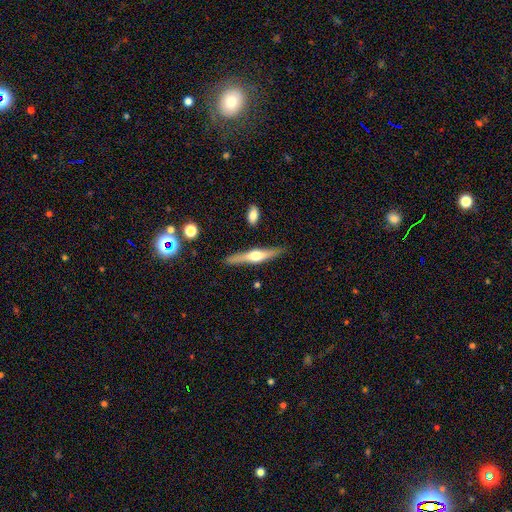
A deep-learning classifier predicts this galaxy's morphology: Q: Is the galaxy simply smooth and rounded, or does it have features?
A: featured or disk — 66%.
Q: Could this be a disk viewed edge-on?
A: yes — 96%.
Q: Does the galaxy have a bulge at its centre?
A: rounded — 91%.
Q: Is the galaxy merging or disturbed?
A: none — 86%.